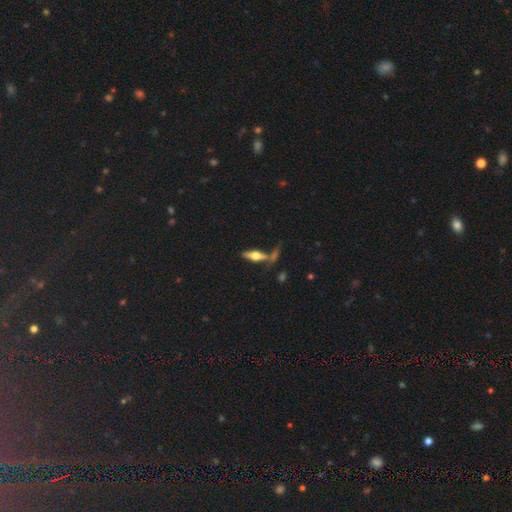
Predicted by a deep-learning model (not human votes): smooth_or_featured: featured or disk (p=0.52) [alt: smooth p=0.39]
disk_edge_on: yes (p=0.89) [alt: no p=0.11]
merging: none (p=0.59) [alt: merger p=0.19]